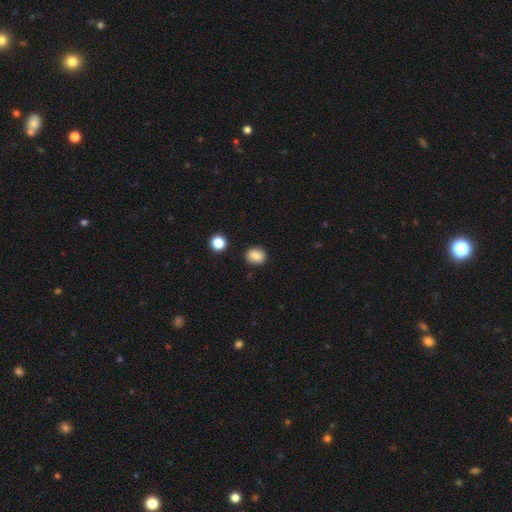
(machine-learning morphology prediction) smooth-or-featured: smooth: 86% | star or artifact: 10% | featured or disk: 5%
  how-rounded: round: 61% | in between: 38% | cigar-shaped: 1%
  merging: none: 85% | minor disturbance: 10% | major disturbance: 3% | merger: 2%